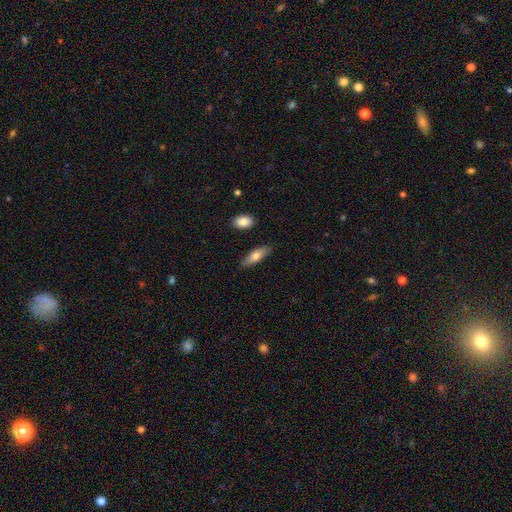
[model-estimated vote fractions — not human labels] A smooth galaxy with no disk features (71%) that is in between round and cigar-shaped (57%).

Vote fractions:
- Smooth or featured? smooth: 71% / featured or disk: 23% / star or artifact: 6%
- How rounded? in between: 57% / cigar-shaped: 41% / round: 2%
- Merging? none: 85% / minor disturbance: 11% / merger: 2% / major disturbance: 2%